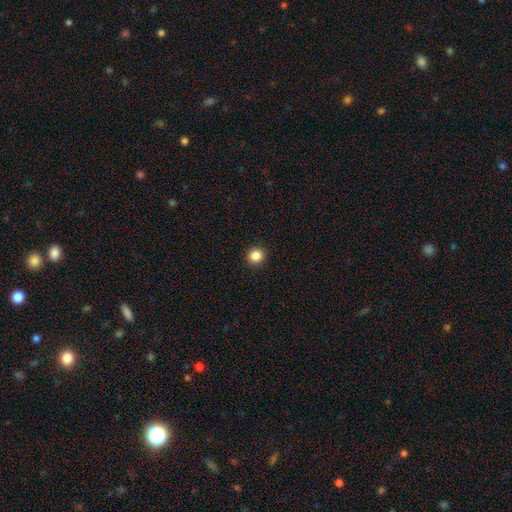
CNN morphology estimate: The model was most divided on "smooth or featured": smooth: 86%, star or artifact: 11%, featured or disk: 3%. More confident: merging — none (94%); how rounded — round (93%).